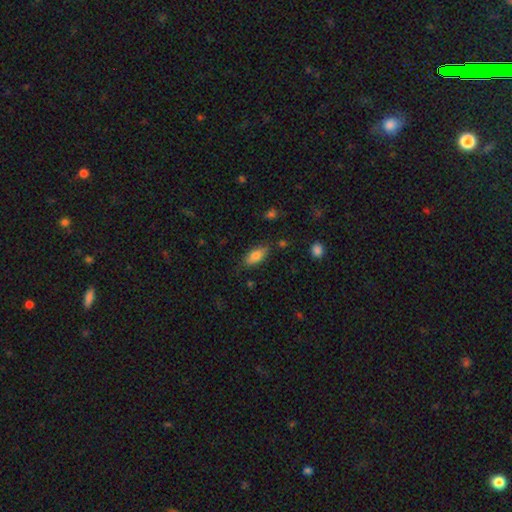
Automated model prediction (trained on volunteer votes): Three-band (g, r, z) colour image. It shows a smooth galaxy with no disk features (79%) that is in between round and cigar-shaped (85%). Merging: none (77%).